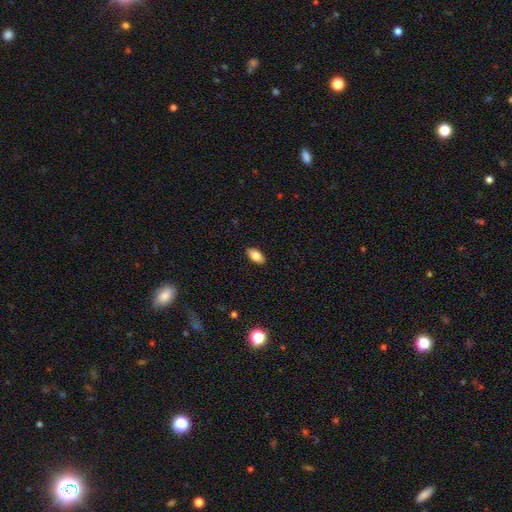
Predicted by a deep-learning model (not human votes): Morphology: type=smooth (79%); roundness=in between (92%); merging=none (89%).